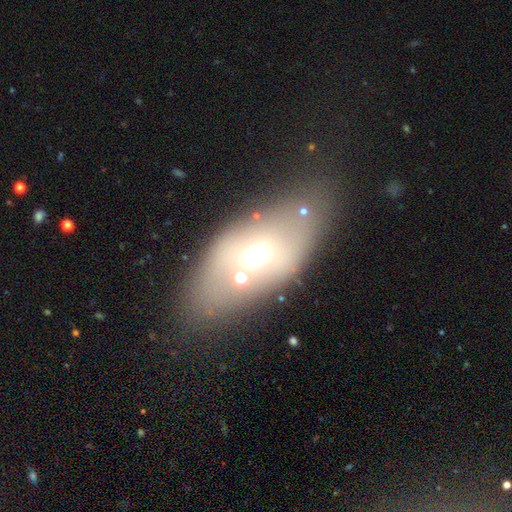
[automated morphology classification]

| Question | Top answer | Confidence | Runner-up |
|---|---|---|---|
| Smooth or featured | smooth | 52% | featured or disk (31%) |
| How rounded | in between | 80% | round (15%) |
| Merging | none | 68% | minor disturbance (15%) |